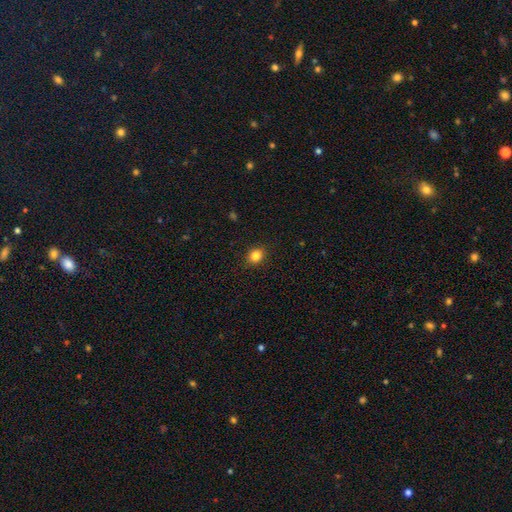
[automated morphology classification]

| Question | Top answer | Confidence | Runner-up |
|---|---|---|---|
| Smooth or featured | smooth | 84% | star or artifact (11%) |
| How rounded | round | 66% | in between (33%) |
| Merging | none | 90% | minor disturbance (7%) |